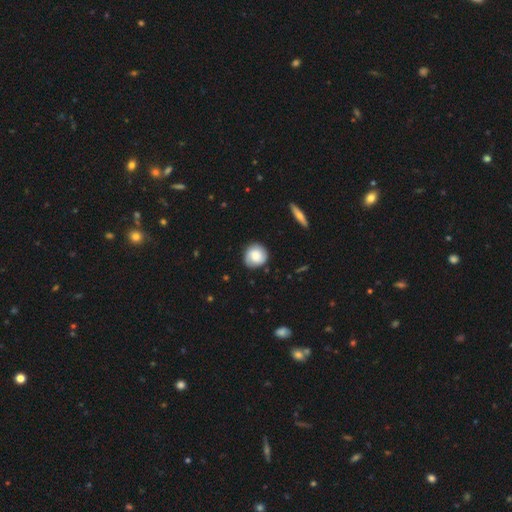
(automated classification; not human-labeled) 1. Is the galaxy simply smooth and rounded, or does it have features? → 67% smooth, 25% featured or disk, 7% star or artifact.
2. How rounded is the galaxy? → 89% round, 10% in between, 1% cigar-shaped.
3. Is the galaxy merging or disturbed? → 80% none, 15% minor disturbance, 3% major disturbance, 1% merger.